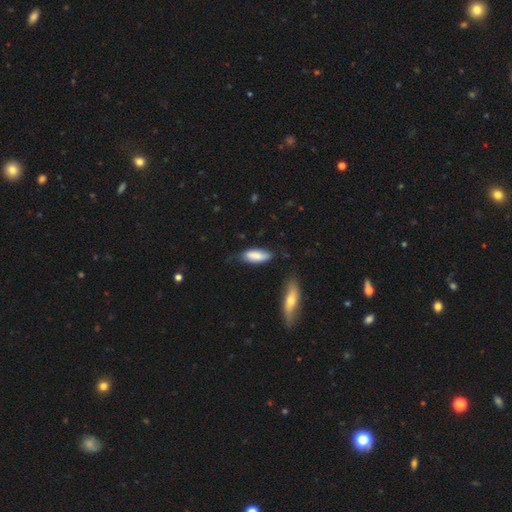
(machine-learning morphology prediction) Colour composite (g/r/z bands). It shows a smooth galaxy with no disk features (78%) that is in between round and cigar-shaped (74%). Merging: none (59%).